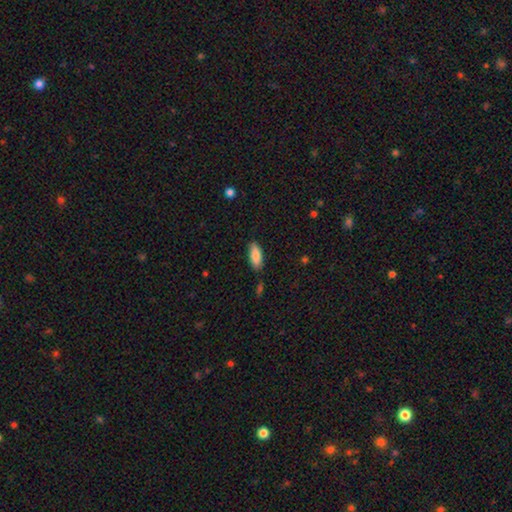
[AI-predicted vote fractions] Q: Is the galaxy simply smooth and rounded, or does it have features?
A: smooth — 86%.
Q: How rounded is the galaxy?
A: in between — 80%.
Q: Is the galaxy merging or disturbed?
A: none — 84%.